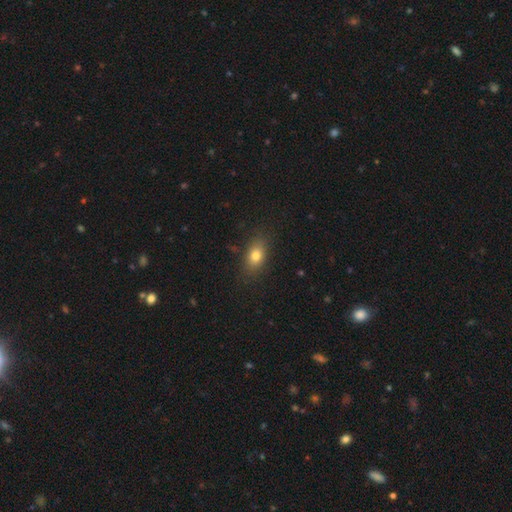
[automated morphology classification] Q: Smooth or featured?
A: smooth (79%); runner-up: featured or disk (11%)
Q: How rounded?
A: in between (81%); runner-up: round (15%)
Q: Merging?
A: none (84%); runner-up: minor disturbance (12%)